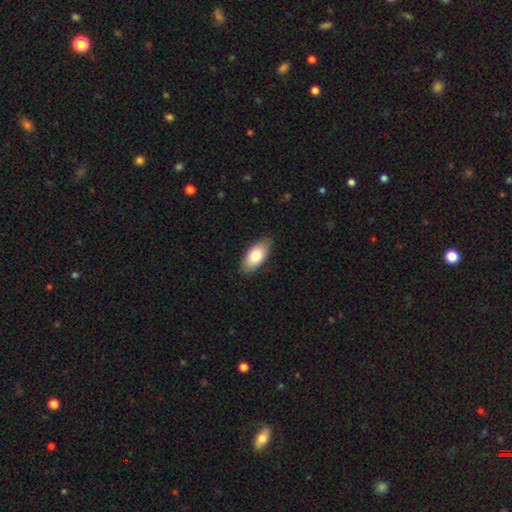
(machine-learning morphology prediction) Smooth or featured? smooth (79%)
How rounded? in between (91%)
Merging? none (85%)